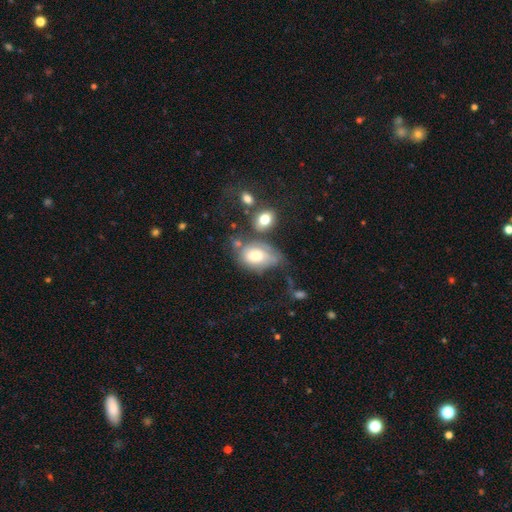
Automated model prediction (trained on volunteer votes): Smooth or featured? smooth (66%)
How rounded? in between (84%)
Merging? none (30%)